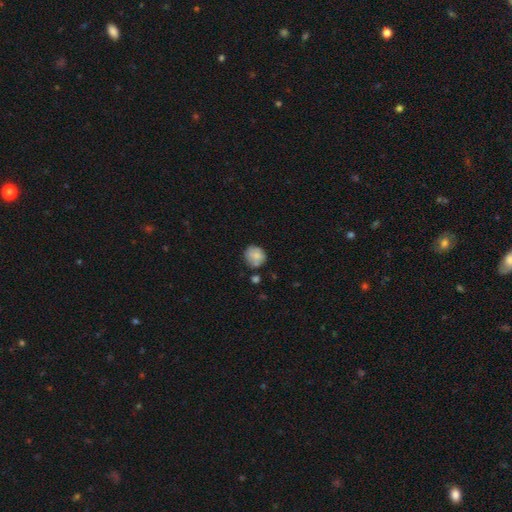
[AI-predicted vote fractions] Smooth or featured: smooth — 77% (featured or disk — 14%)
How rounded: round — 80% (in between — 19%)
Merging: none — 63% (minor disturbance — 22%)